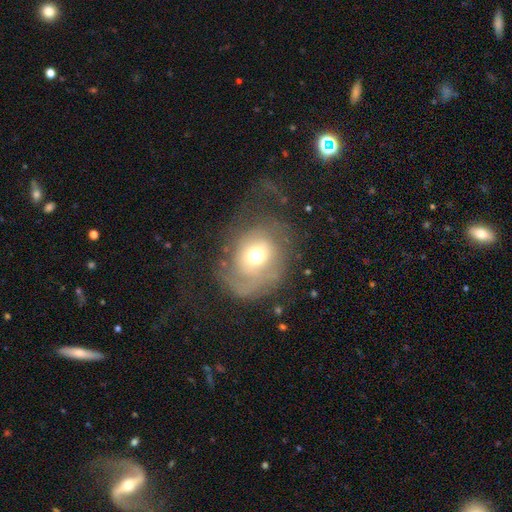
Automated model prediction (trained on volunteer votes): This appears to be a smooth galaxy with no disk features (47%). Merging: none (42%).